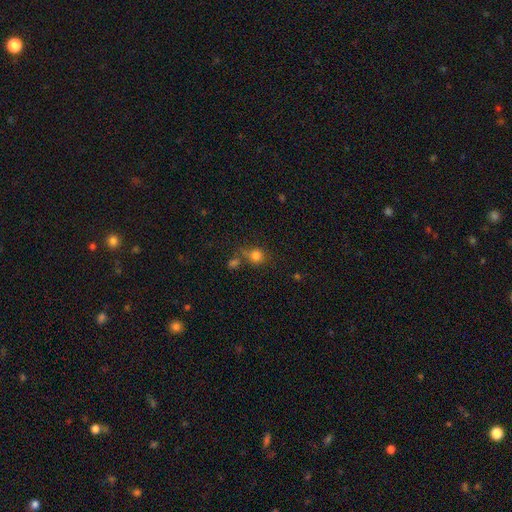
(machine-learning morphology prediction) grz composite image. It shows a smooth galaxy with no disk features (79%) that is round (84%). Merging: none (58%).